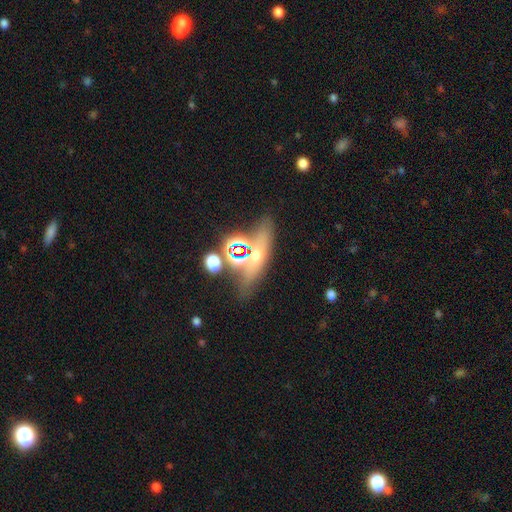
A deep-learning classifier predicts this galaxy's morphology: smooth_or_featured: smooth (p=0.35) [alt: featured or disk p=0.34]
merging: none (p=0.59) [alt: merger p=0.17]